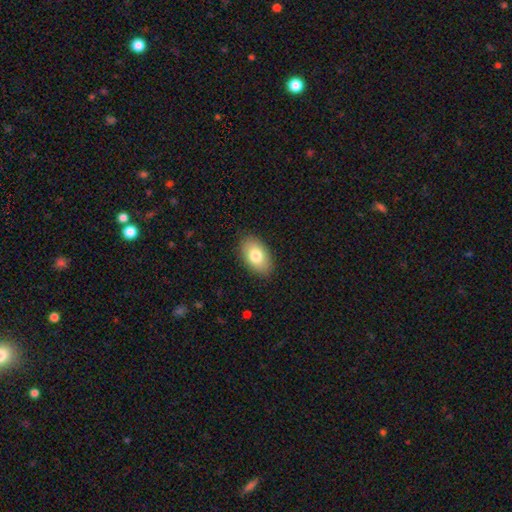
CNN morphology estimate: A smooth galaxy with no disk features (78%) that is in between round and cigar-shaped (93%).

Vote fractions:
- Smooth or featured? smooth: 78% / featured or disk: 15% / star or artifact: 7%
- How rounded? in between: 93% / round: 6% / cigar-shaped: 1%
- Merging? none: 88% / minor disturbance: 9% / major disturbance: 2% / merger: 1%